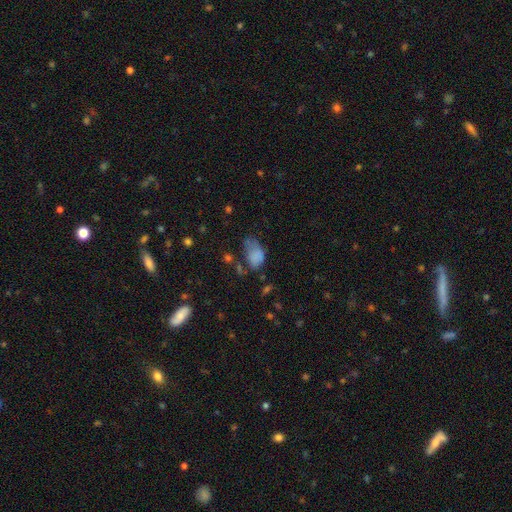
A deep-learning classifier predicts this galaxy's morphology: Overall: smooth (73%). How rounded: in between (88%). Merging: minor disturbance (33%, tied with major disturbance).